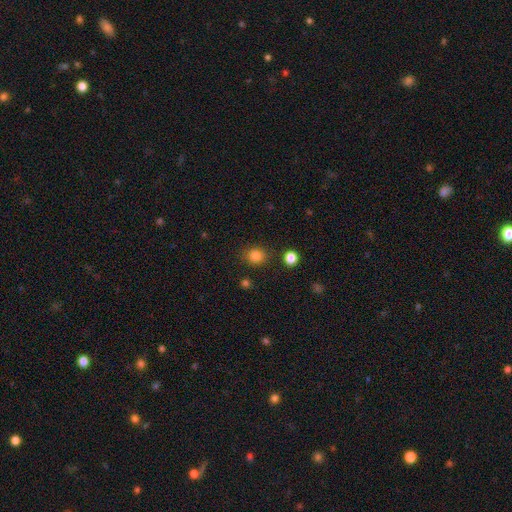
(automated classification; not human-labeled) smooth-or-featured: smooth: 84% | star or artifact: 12% | featured or disk: 4%
  how-rounded: round: 78% | in between: 21% | cigar-shaped: 1%
  merging: none: 84% | minor disturbance: 10% | major disturbance: 3% | merger: 3%